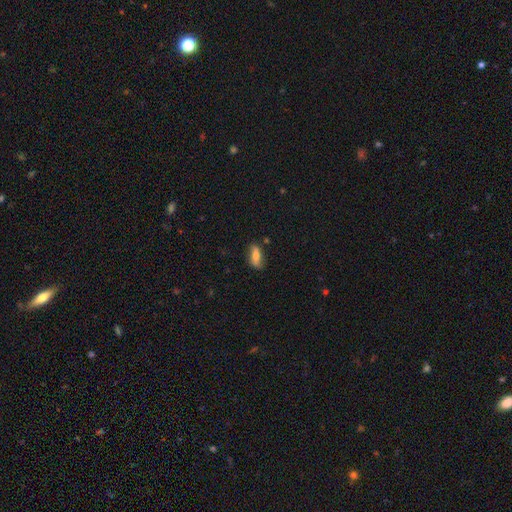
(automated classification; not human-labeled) Smooth or featured? Predicted: smooth (p=0.65). How rounded? Predicted: in between (p=0.72). Merging? Predicted: none (p=0.75).